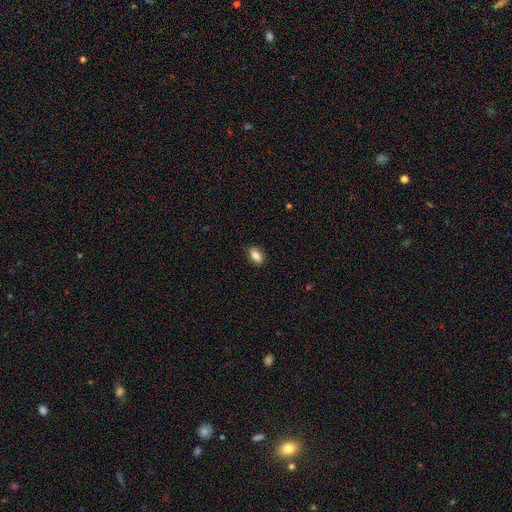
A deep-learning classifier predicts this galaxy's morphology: This appears to be a smooth galaxy with no disk features (82%) that is in between round and cigar-shaped (86%). Merging: none (83%).